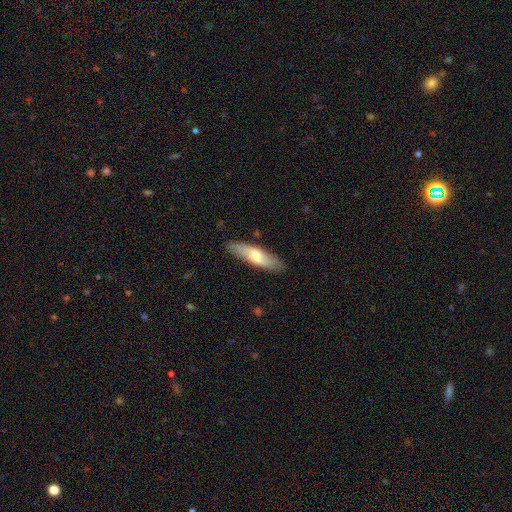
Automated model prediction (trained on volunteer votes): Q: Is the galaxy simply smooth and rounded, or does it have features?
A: smooth — 64%.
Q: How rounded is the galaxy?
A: cigar-shaped — 66%.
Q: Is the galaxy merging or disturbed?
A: none — 85%.